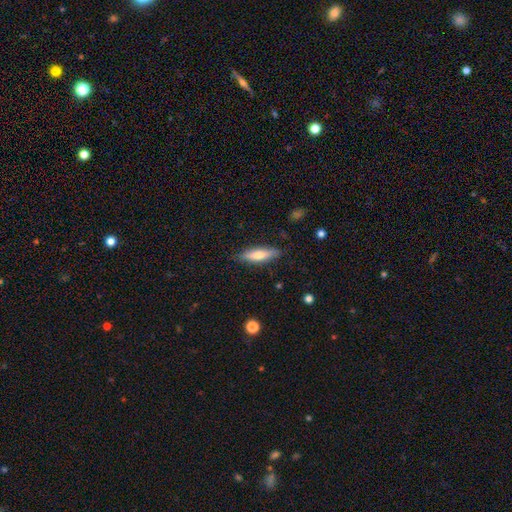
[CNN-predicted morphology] Smooth or featured?
  - smooth: 60% *
  - featured or disk: 33%
  - star or artifact: 6%
How rounded?
  - cigar-shaped: 69% *
  - in between: 30%
  - round: 2%
Merging?
  - none: 86% *
  - minor disturbance: 11%
  - major disturbance: 2%
  - merger: 1%